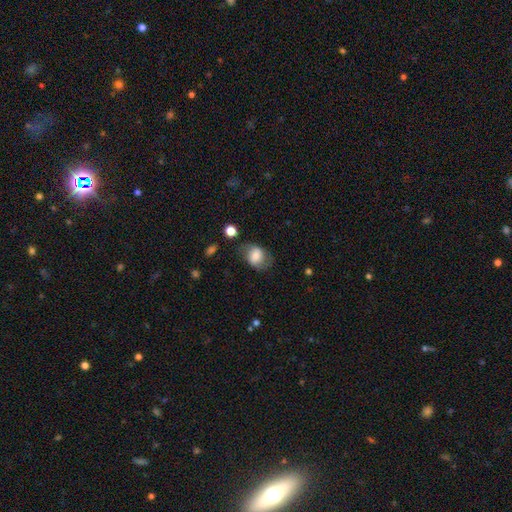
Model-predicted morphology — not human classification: This is likely a smooth galaxy (60%). How rounded: likely in between (63%). Merging: possibly none (60%).